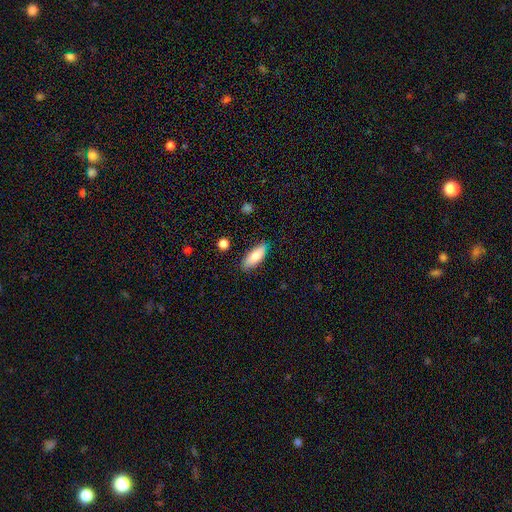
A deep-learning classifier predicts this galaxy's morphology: This appears to be a smooth galaxy with no disk features (81%) that is in between round and cigar-shaped (76%). Merging: none (79%).